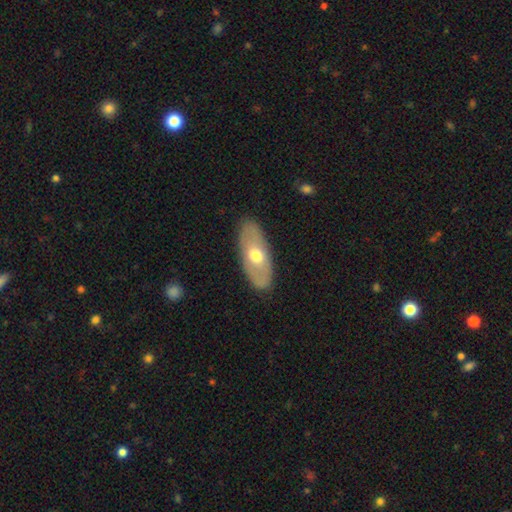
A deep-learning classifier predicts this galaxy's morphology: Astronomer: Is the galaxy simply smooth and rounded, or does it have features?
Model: smooth — 52% (runner-up: featured or disk, 42%).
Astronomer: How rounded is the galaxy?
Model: in between — 87%.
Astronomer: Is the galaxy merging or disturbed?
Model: none — 86%.